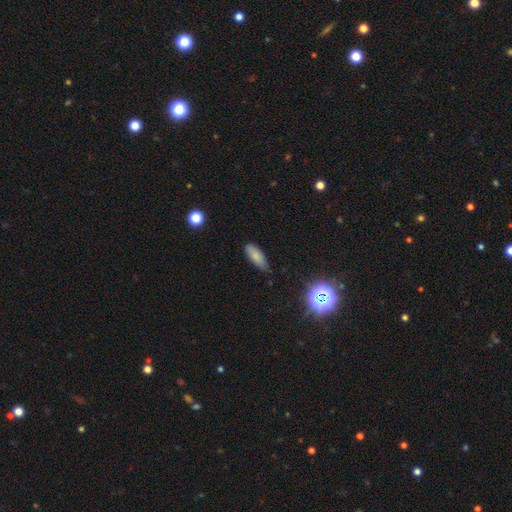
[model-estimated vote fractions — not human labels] The model was most divided on "how rounded": in between: 70%, cigar-shaped: 27%, round: 2%. More confident: smooth or featured — smooth (81%); merging — none (72%).